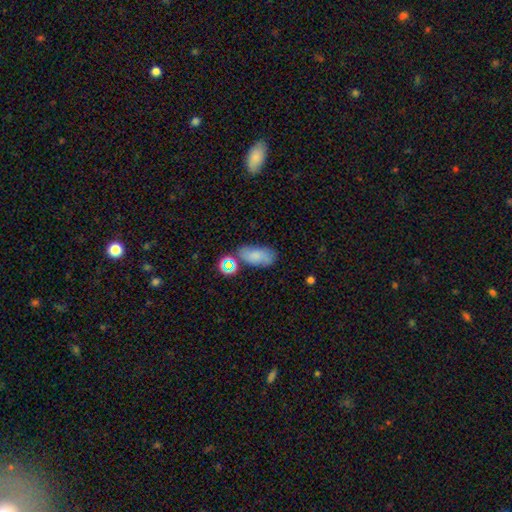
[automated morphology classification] Smooth or featured: smooth — 72% (featured or disk — 15%)
How rounded: in between — 88% (round — 7%)
Merging: none — 60% (minor disturbance — 21%)